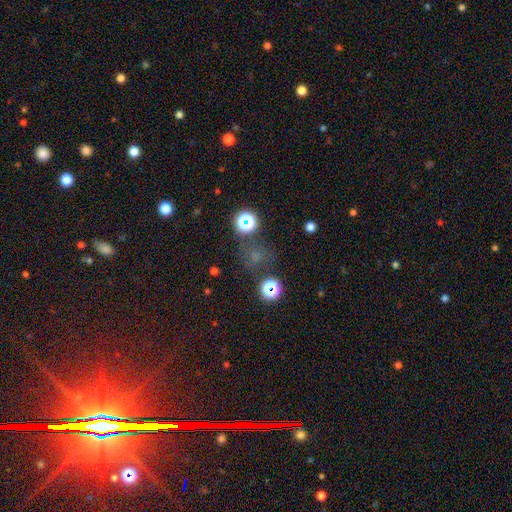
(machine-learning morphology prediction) Smooth or featured? star or artifact (48%)